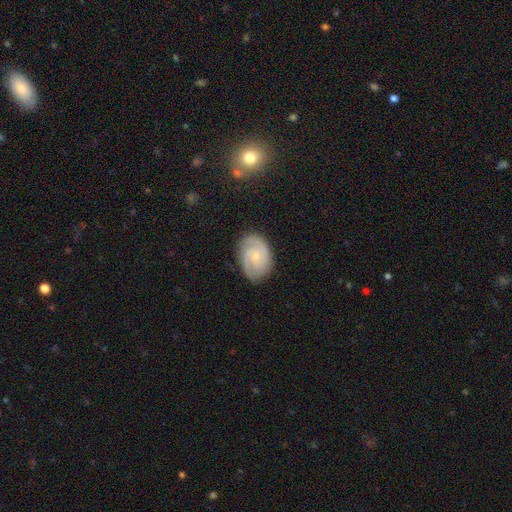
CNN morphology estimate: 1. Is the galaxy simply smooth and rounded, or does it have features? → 82% featured or disk, 12% smooth, 5% star or artifact.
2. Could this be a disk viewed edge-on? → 98% no, 2% yes.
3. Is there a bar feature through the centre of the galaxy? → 64% no, 32% weak, 5% strong.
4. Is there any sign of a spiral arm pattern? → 97% yes, 3% no.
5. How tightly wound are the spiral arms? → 59% tight, 35% medium, 6% loose.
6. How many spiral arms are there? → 64% 2, 16% 3, 11% can't tell, 3% 1, 3% 4, 3% more than 4.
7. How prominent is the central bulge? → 72% small, 21% moderate, 5% none, 1% large, 1% dominant.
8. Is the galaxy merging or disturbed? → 80% none, 15% minor disturbance, 4% major disturbance, 1% merger.